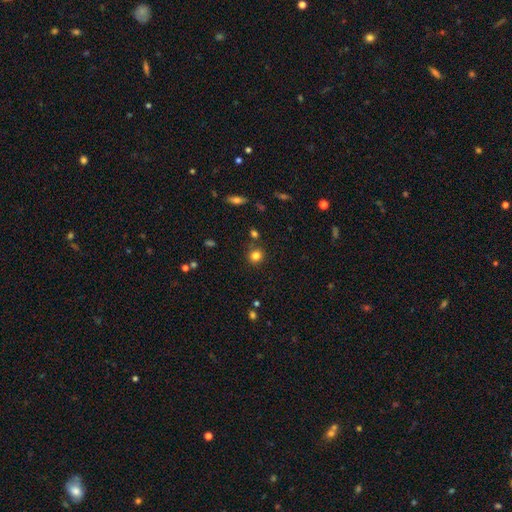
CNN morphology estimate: The model was most divided on "smooth or featured": smooth: 81%, star or artifact: 13%, featured or disk: 6%. More confident: how rounded — round (89%); merging — none (84%).